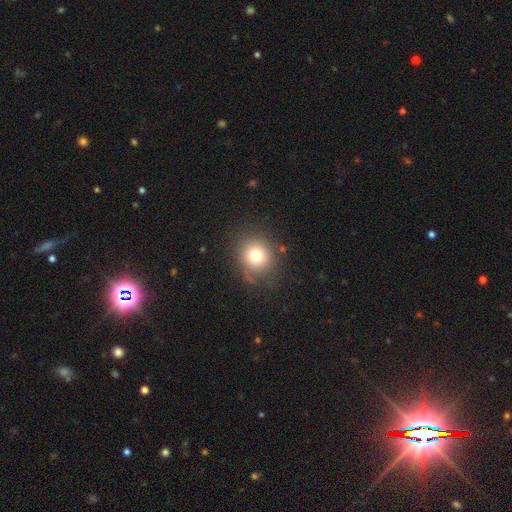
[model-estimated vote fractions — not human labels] This is likely a smooth galaxy (75%). How rounded: clearly round (86%). Merging: likely none (78%).